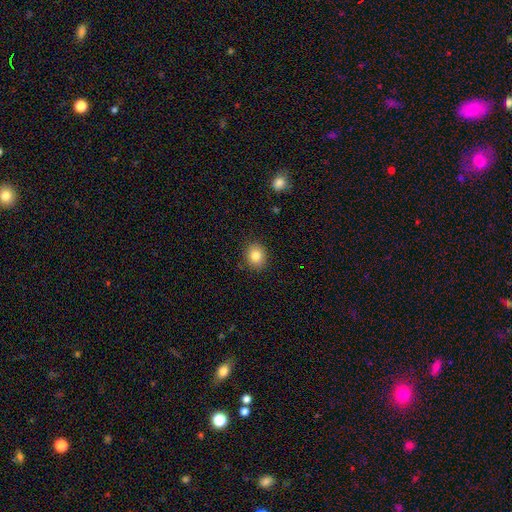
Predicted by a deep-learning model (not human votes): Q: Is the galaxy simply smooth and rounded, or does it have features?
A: smooth — 83%.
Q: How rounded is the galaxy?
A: round — 66%.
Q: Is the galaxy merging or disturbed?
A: none — 88%.